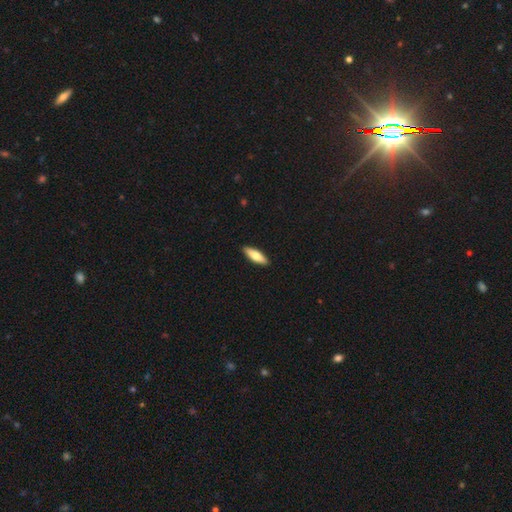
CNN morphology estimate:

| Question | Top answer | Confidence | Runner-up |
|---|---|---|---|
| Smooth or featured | smooth | 73% | featured or disk (21%) |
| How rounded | cigar-shaped | 52% | in between (46%) |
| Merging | none | 90% | minor disturbance (7%) |